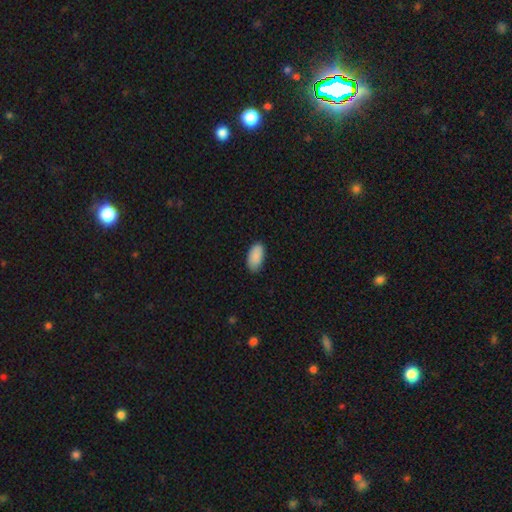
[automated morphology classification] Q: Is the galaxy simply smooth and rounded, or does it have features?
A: smooth — 90%.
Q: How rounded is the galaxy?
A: in between — 95%.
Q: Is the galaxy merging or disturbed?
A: none — 85%.